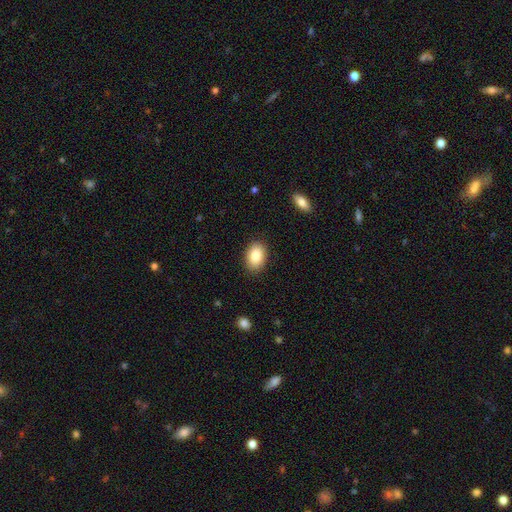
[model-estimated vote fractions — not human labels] Smooth or featured?
  - smooth: 87% *
  - star or artifact: 7%
  - featured or disk: 6%
How rounded?
  - in between: 87% *
  - round: 12%
  - cigar-shaped: 1%
Merging?
  - none: 87% *
  - minor disturbance: 9%
  - major disturbance: 2%
  - merger: 1%